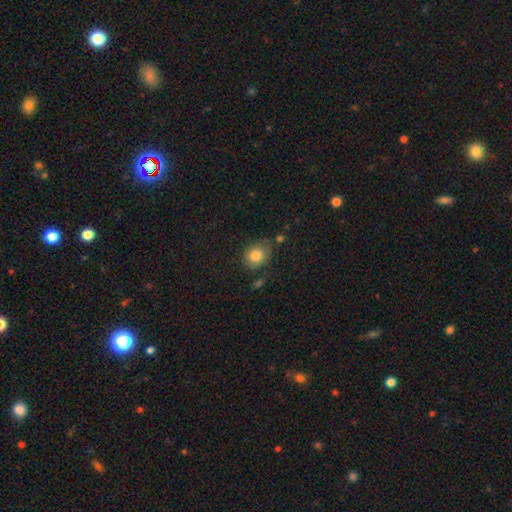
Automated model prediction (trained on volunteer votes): The model was most divided on "how rounded": round: 58%, in between: 41%, cigar-shaped: 1%. More confident: smooth or featured — smooth (82%); merging — none (69%).